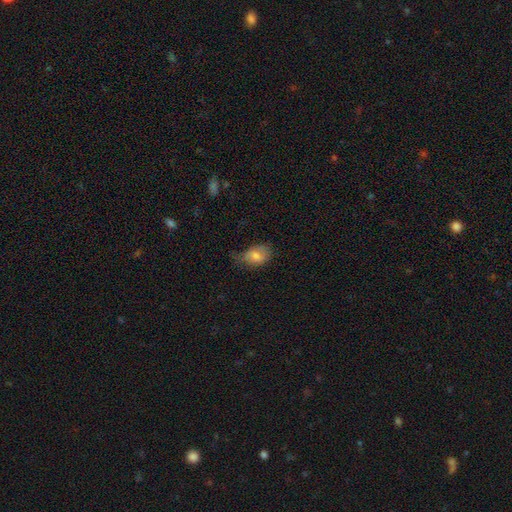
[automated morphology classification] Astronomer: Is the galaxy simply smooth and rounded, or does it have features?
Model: smooth — 77%.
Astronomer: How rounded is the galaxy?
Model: in between — 79%.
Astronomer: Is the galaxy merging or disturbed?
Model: none — 45% (runner-up: minor disturbance, 38%).